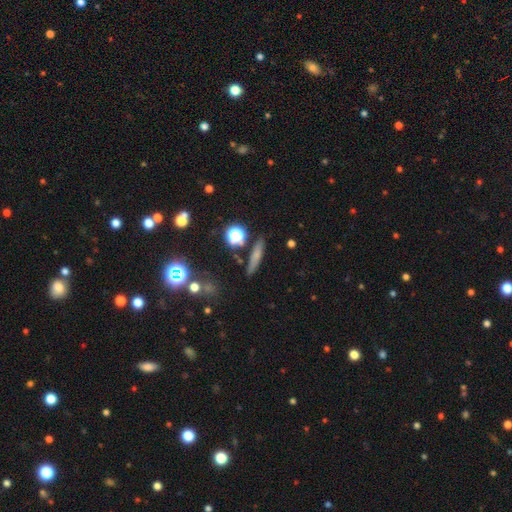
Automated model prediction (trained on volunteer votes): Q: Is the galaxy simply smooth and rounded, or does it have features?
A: smooth — 62%.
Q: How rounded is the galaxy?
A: cigar-shaped — 80%.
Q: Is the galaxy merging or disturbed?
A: none — 83%.